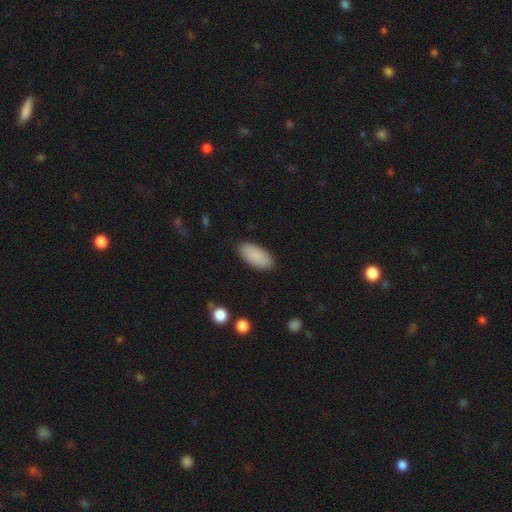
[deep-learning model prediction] This appears to be a smooth galaxy with no disk features (89%) that is in between round and cigar-shaped (91%). Merging: none (87%).